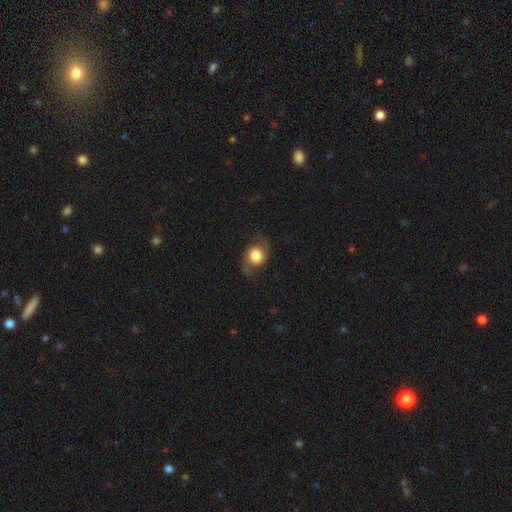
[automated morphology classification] Smooth or featured?
  - featured or disk: 47% *
  - smooth: 44%
  - star or artifact: 8%
Merging?
  - none: 69% *
  - minor disturbance: 20%
  - major disturbance: 10%
  - merger: 2%